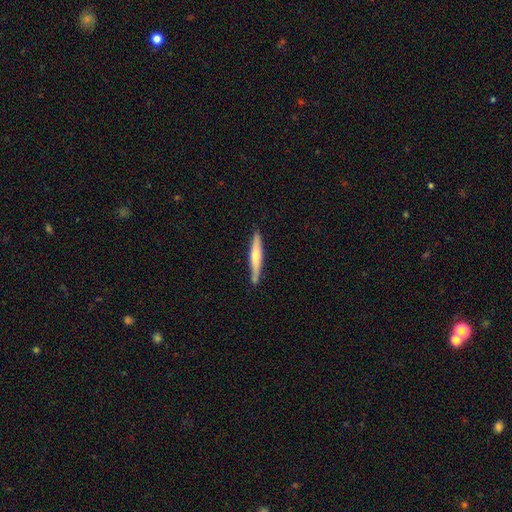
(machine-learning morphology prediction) Q: Smooth or featured?
A: smooth (51%); runner-up: featured or disk (45%)
Q: How rounded?
A: cigar-shaped (93%); runner-up: in between (5%)
Q: Merging?
A: none (82%); runner-up: minor disturbance (13%)